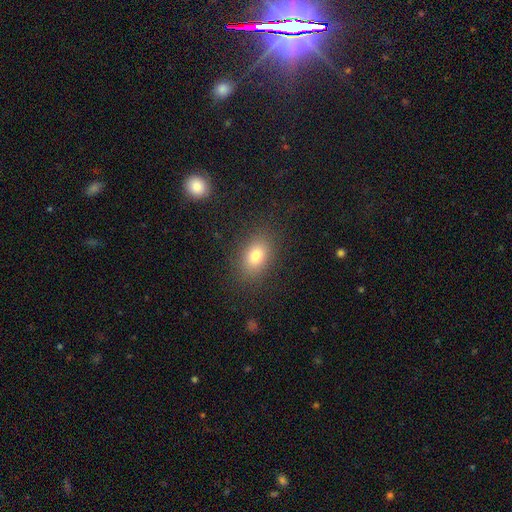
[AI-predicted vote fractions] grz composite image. It shows a smooth galaxy with no disk features (78%) that is in between round and cigar-shaped (75%). Merging: none (85%).